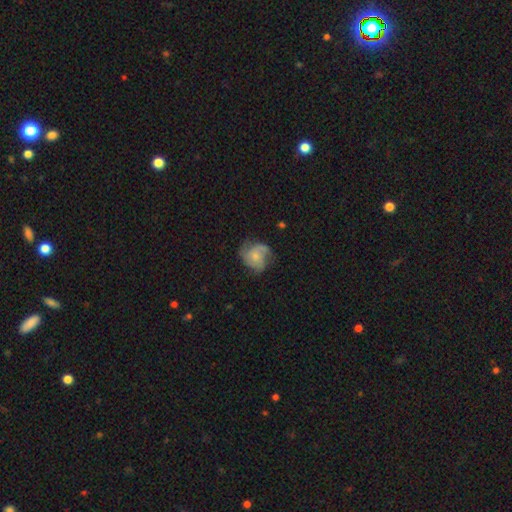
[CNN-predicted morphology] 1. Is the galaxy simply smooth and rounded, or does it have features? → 68% featured or disk, 25% smooth, 7% star or artifact.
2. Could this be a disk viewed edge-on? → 98% no, 2% yes.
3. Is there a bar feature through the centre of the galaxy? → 78% no, 19% weak, 3% strong.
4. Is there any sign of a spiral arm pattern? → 90% yes, 10% no.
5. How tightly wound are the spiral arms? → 46% medium, 34% tight, 20% loose.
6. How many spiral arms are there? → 45% 3, 21% 2, 17% can't tell, 8% 4, 6% 1, 4% more than 4.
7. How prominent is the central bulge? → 52% small, 34% moderate, 9% none, 3% large, 1% dominant.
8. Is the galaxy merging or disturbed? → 57% none, 25% minor disturbance, 16% major disturbance, 2% merger.